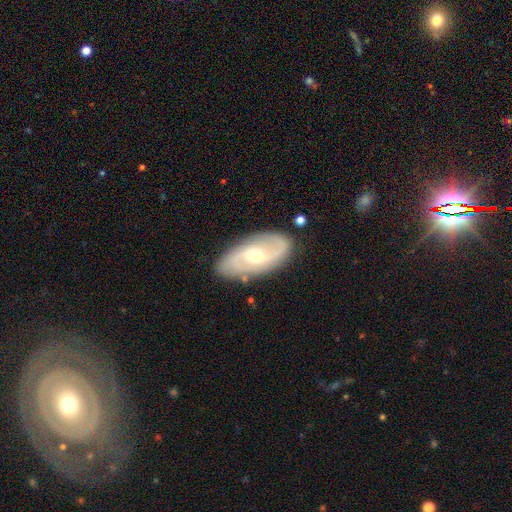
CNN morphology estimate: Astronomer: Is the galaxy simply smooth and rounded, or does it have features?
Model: featured or disk — 77%.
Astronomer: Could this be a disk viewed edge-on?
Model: no — 94%.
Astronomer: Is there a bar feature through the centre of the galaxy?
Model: weak — 48% (runner-up: no, 38%).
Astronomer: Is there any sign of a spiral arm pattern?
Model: yes — 90%.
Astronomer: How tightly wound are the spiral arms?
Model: medium — 43% (runner-up: loose, 37%).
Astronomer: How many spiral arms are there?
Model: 2 — 84%.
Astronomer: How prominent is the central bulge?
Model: moderate — 65%.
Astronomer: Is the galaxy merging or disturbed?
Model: none — 83%.